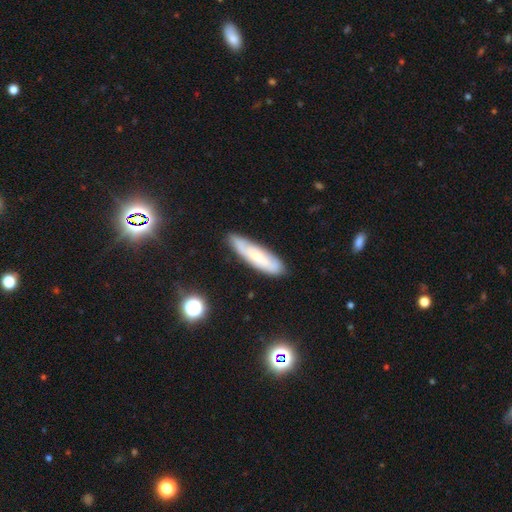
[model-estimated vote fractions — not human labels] Q: Smooth or featured?
A: featured or disk (49%); runner-up: smooth (42%)
Q: Merging?
A: none (77%); runner-up: minor disturbance (17%)